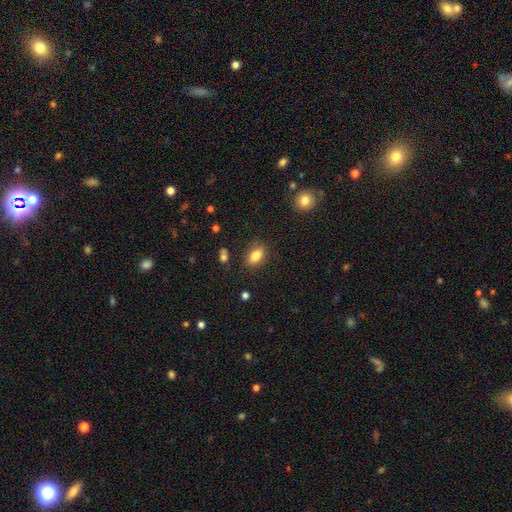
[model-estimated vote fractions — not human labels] smooth_or_featured: smooth (p=0.84) [alt: star or artifact p=0.09]
how_rounded: in between (p=0.86) [alt: round p=0.11]
merging: none (p=0.84) [alt: minor disturbance p=0.11]